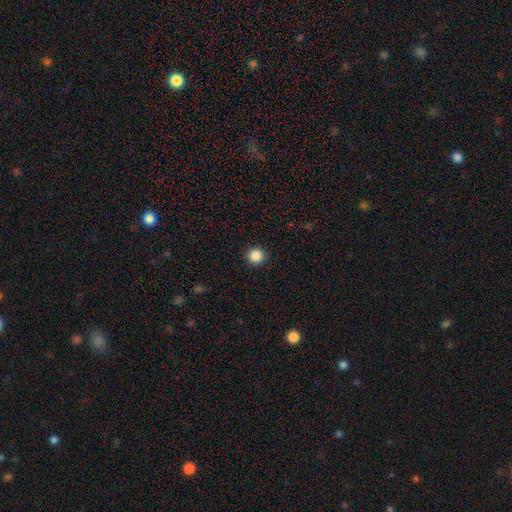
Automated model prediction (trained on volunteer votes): Smooth or featured? Predicted: smooth (p=0.86). How rounded? Predicted: round (p=0.94). Merging? Predicted: none (p=0.91).